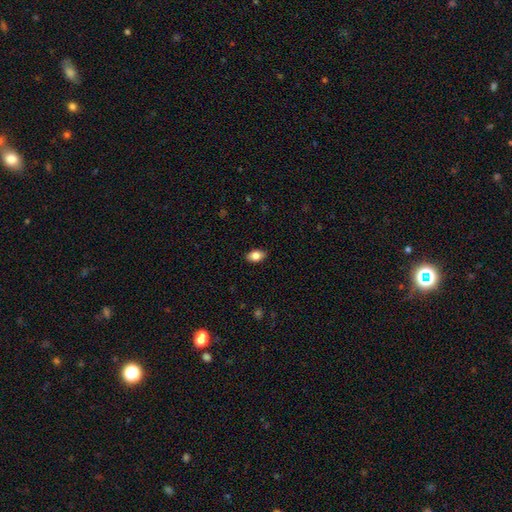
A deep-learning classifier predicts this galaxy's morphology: A smooth galaxy with no disk features (84%) that is in between round and cigar-shaped (89%). Merging: none (87%).